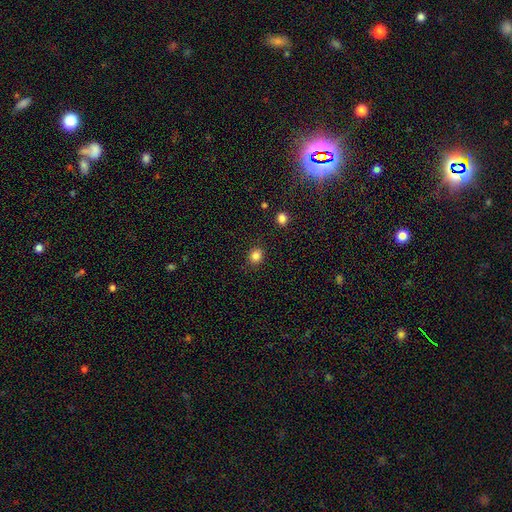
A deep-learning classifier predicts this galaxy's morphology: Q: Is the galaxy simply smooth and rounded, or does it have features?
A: smooth — 83%.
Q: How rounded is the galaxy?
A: round — 65%.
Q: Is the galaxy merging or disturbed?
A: none — 87%.